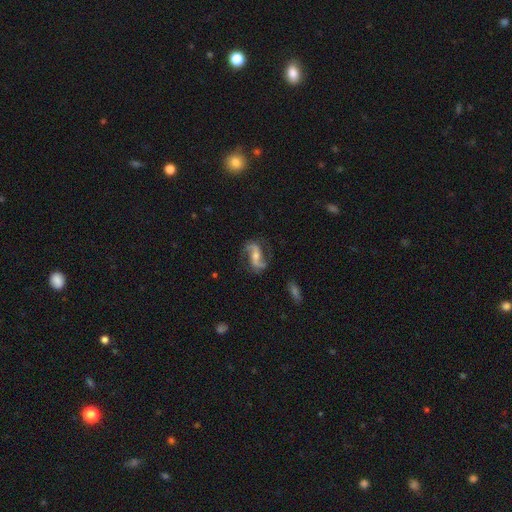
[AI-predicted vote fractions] Smooth or featured? featured or disk (88%)
Edge-on disk? no (96%)
Bar? weak (37%)
Spiral arms? yes (97%)
Spiral winding? loose (61%)
Spiral arm count? 2 (93%)
Bulge size? moderate (50%)
Merging? none (79%)